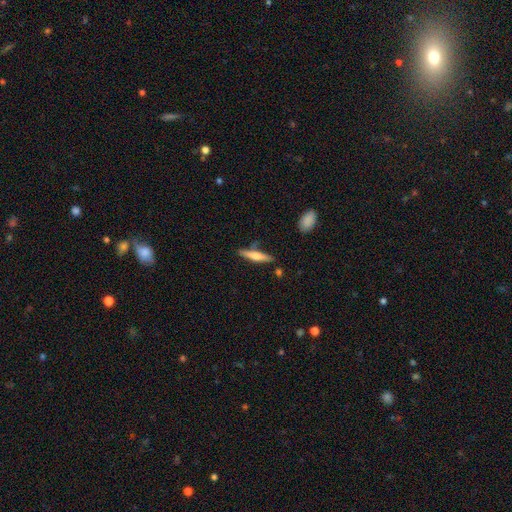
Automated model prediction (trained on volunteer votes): smooth-or-featured: smooth: 51% | featured or disk: 43% | star or artifact: 6%
  how-rounded: cigar-shaped: 85% | in between: 13% | round: 2%
  merging: none: 80% | minor disturbance: 12% | merger: 5% | major disturbance: 3%